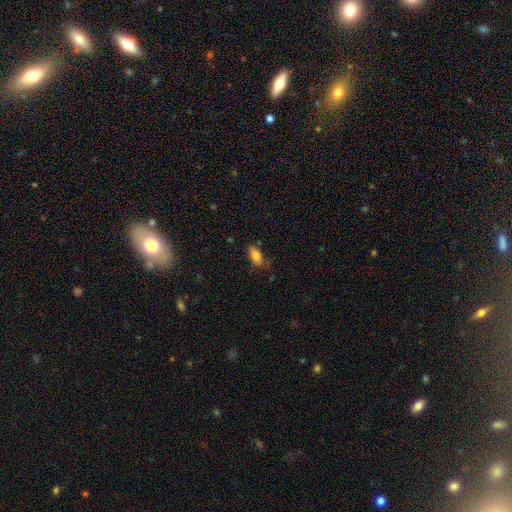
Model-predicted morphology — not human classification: Overall: smooth (80%). How rounded: in between (90%). Merging: none (69%).